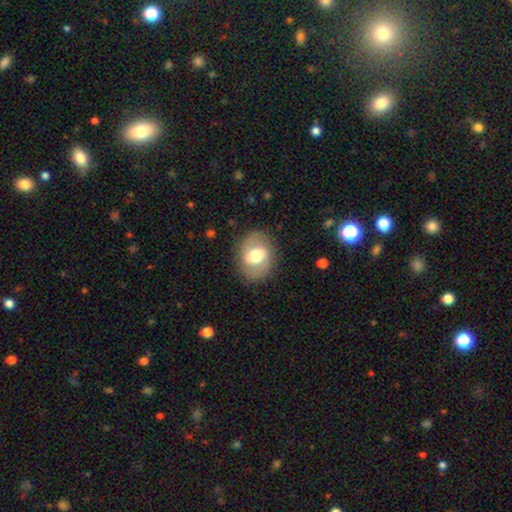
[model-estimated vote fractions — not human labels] Morphology: type=smooth (58%); roundness=in between (60%); merging=none (82%).